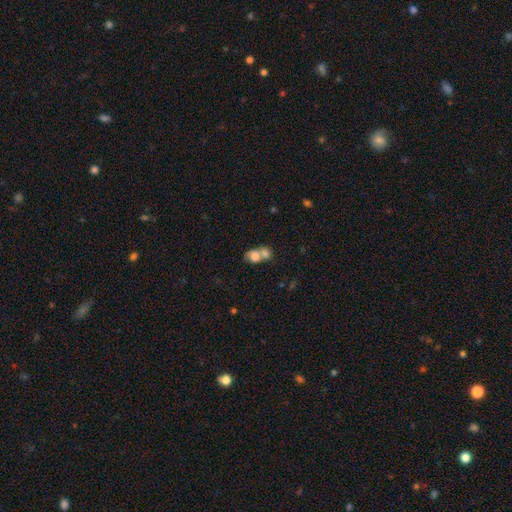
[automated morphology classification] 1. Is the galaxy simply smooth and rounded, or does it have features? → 71% smooth, 20% featured or disk, 9% star or artifact.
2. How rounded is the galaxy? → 59% in between, 40% round, 2% cigar-shaped.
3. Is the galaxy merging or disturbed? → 71% merger, 17% none, 7% minor disturbance, 5% major disturbance.